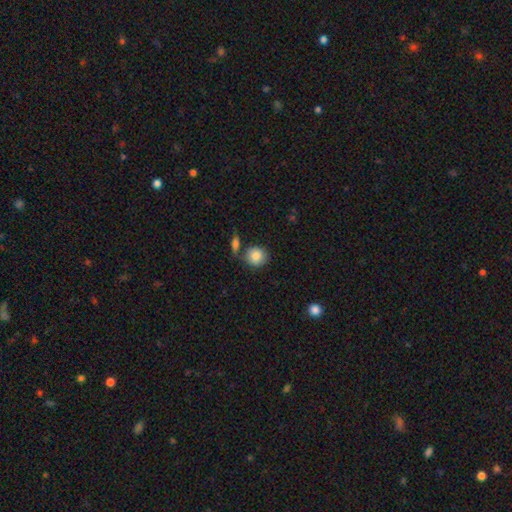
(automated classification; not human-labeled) smooth-or-featured: smooth: 86% | star or artifact: 7% | featured or disk: 7%
  how-rounded: round: 83% | in between: 16% | cigar-shaped: 1%
  merging: none: 67% | merger: 16% | minor disturbance: 13% | major disturbance: 4%